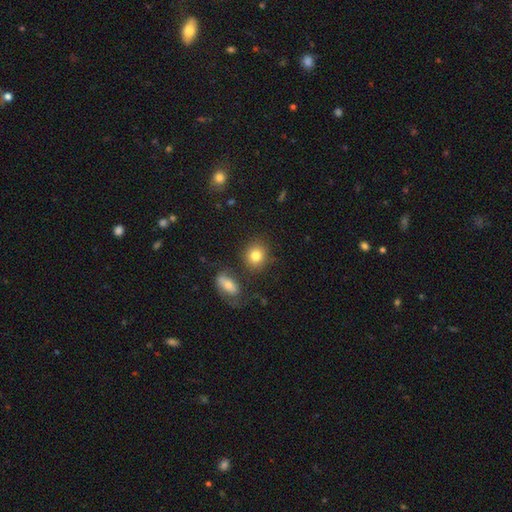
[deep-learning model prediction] Smooth or featured: smooth — 81% (star or artifact — 10%)
How rounded: round — 75% (in between — 23%)
Merging: none — 76% (minor disturbance — 10%)